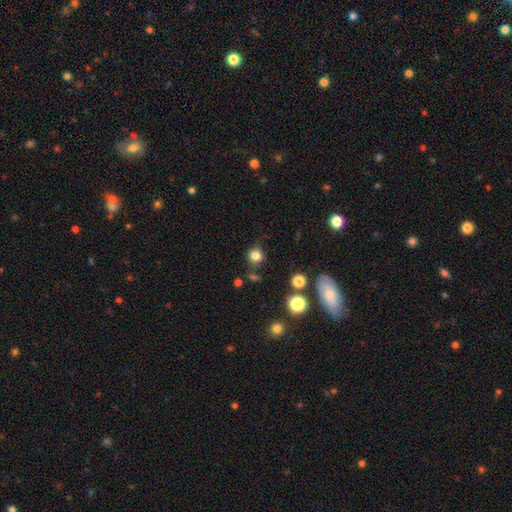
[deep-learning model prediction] smooth_or_featured: smooth (p=0.81) [alt: star or artifact p=0.14]
how_rounded: round (p=0.87) [alt: in between p=0.12]
merging: none (p=0.79) [alt: minor disturbance p=0.13]